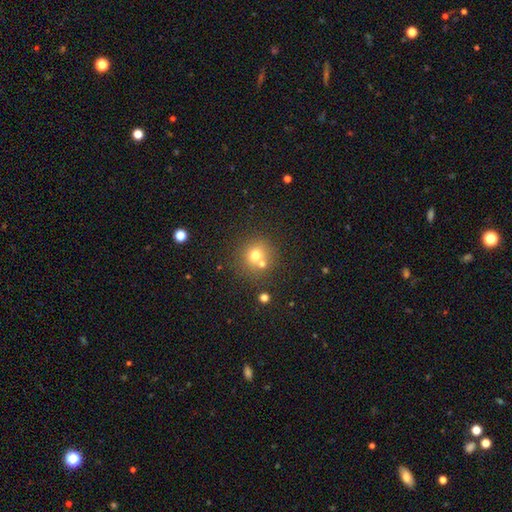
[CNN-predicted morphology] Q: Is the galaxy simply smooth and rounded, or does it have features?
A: smooth — 71%.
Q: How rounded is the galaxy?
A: round — 89%.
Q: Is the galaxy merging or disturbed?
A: none — 61%.